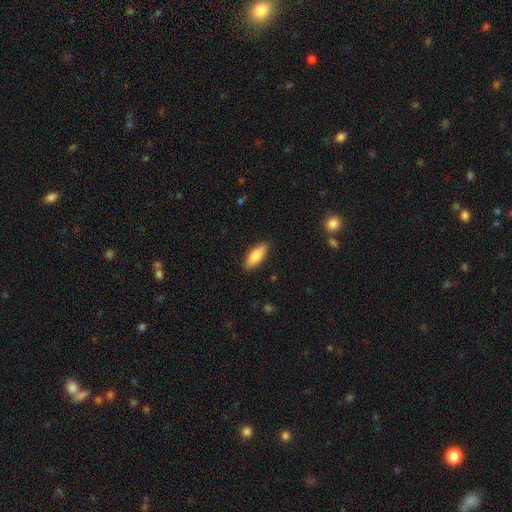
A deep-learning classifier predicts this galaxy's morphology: This appears to be a smooth galaxy with no disk features (81%) that is in between round and cigar-shaped (72%). Merging: none (88%).